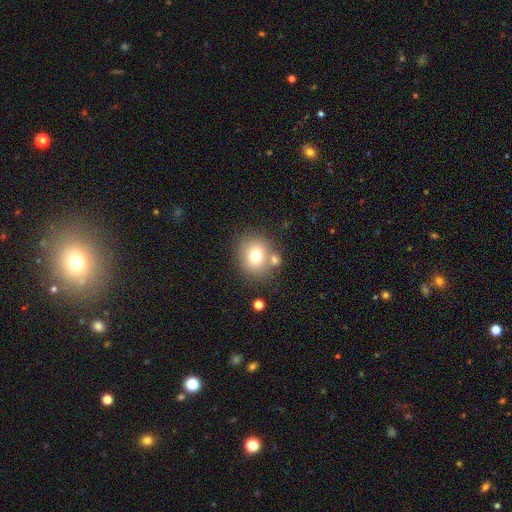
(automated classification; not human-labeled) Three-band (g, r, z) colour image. It shows a smooth galaxy with no disk features (74%) that is round (72%). Merging: none (68%).